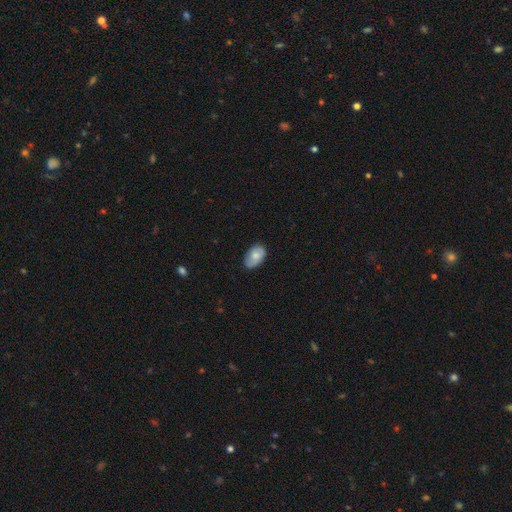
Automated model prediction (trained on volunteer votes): The model was most divided on "smooth or featured": smooth: 68%, featured or disk: 26%, star or artifact: 7%. More confident: how rounded — in between (90%); merging — none (77%).